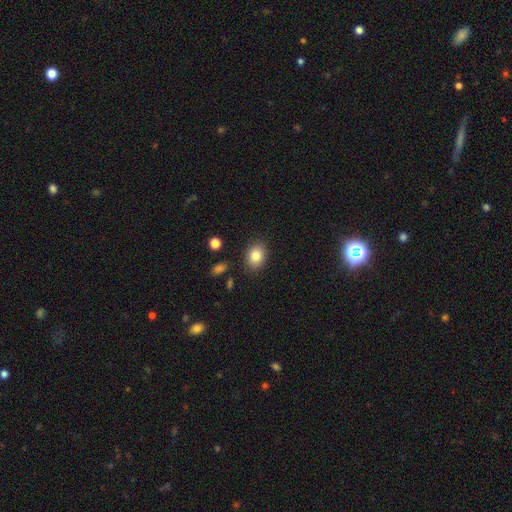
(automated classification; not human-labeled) Smooth or featured? Predicted: smooth (p=0.83). How rounded? Predicted: in between (p=0.60). Merging? Predicted: none (p=0.87).